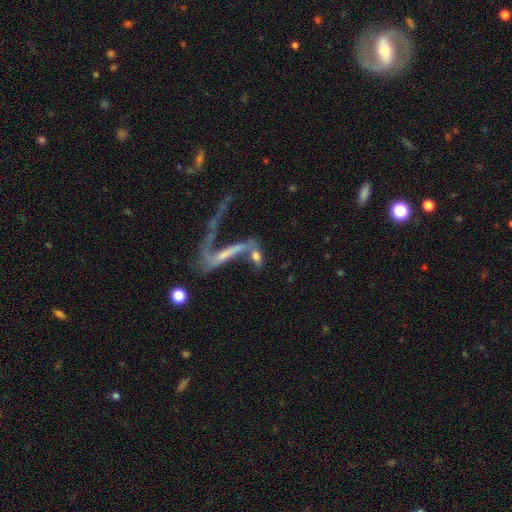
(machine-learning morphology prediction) Smooth or featured? smooth (56%)
How rounded? in between (49%)
Merging? merger (48%)